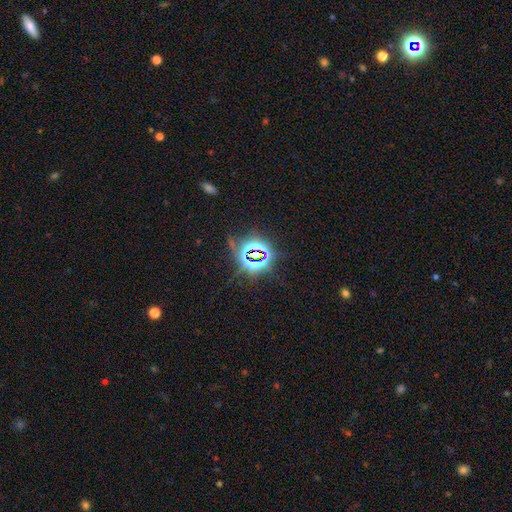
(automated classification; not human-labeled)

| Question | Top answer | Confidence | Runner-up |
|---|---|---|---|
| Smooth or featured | star or artifact | 82% | smooth (11%) |